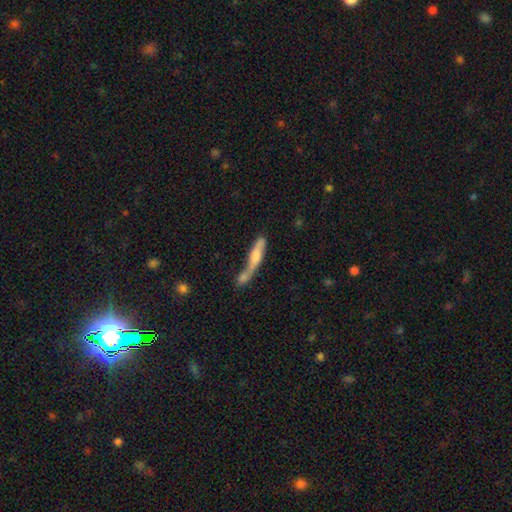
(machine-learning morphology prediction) Q: Smooth or featured?
A: smooth (50%); runner-up: featured or disk (42%)
Q: How rounded?
A: cigar-shaped (82%); runner-up: in between (16%)
Q: Merging?
A: merger (48%); runner-up: none (27%)